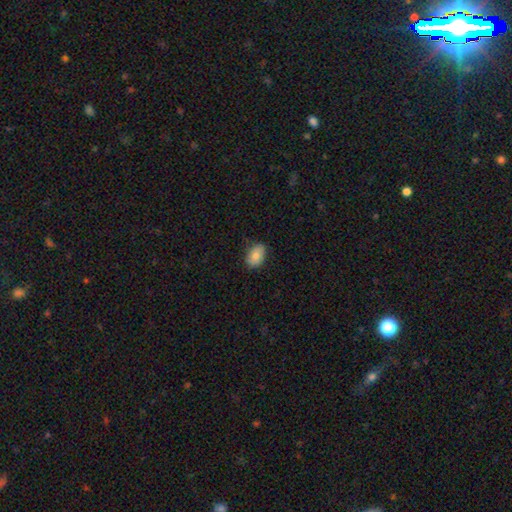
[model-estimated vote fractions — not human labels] The model was most divided on "merging": none: 78%, minor disturbance: 18%, major disturbance: 3%, merger: 1%. More confident: how rounded — in between (83%); smooth or featured — smooth (81%).